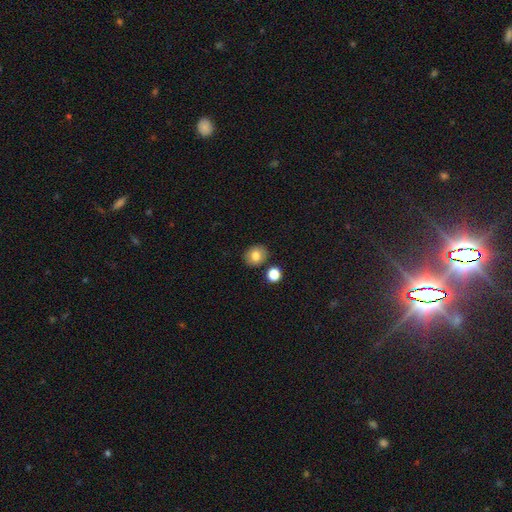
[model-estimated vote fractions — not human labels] This appears to be a smooth galaxy with no disk features (80%) that is round (68%). Merging: none (84%).